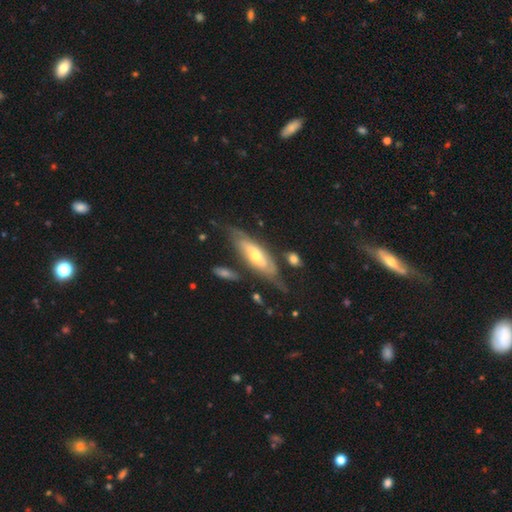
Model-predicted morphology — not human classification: Smooth or featured?
  - featured or disk: 67% *
  - smooth: 25%
  - star or artifact: 7%
Edge-on disk?
  - no: 68% *
  - yes: 32%
Merging?
  - none: 59% *
  - minor disturbance: 23%
  - major disturbance: 12%
  - merger: 7%